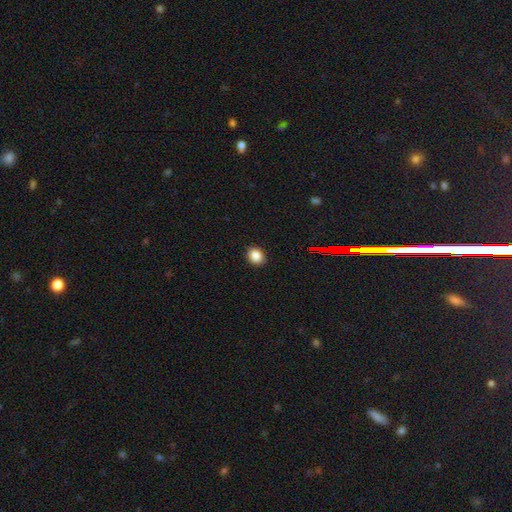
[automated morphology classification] A smooth galaxy with no disk features (86%) that is round (52%).

Vote fractions:
- Smooth or featured? smooth: 86% / star or artifact: 10% / featured or disk: 4%
- How rounded? round: 52% / in between: 47% / cigar-shaped: 1%
- Merging? none: 90% / minor disturbance: 8% / major disturbance: 2% / merger: 1%